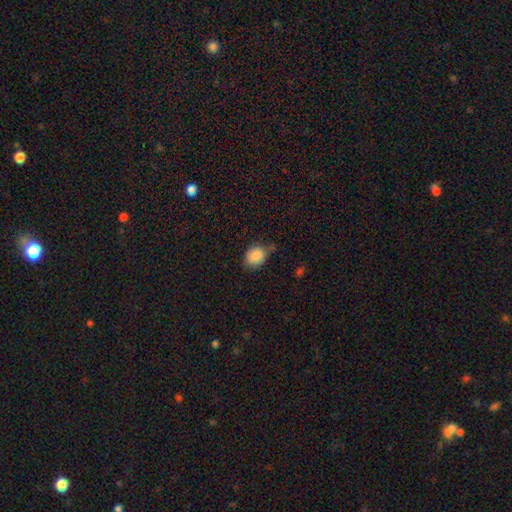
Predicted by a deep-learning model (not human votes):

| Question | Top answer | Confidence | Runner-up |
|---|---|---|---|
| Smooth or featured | smooth | 87% | star or artifact (9%) |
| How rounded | round | 58% | in between (41%) |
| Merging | none | 64% | minor disturbance (24%) |